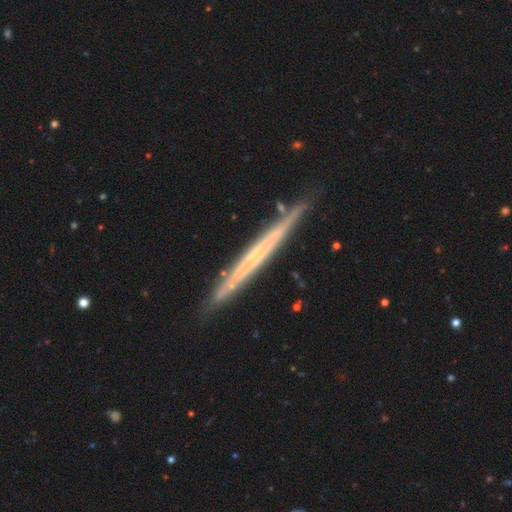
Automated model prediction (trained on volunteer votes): A featured or disk galaxy (69%) viewed edge-on (94%) with no central bulge (84%).

Vote fractions:
- Smooth or featured? featured or disk: 69% / smooth: 25% / star or artifact: 6%
- Edge-on disk? yes: 94% / no: 6%
- Edge-on bulge? none: 84% / rounded: 11% / boxy: 5%
- Merging? none: 84% / minor disturbance: 12% / major disturbance: 2% / merger: 2%